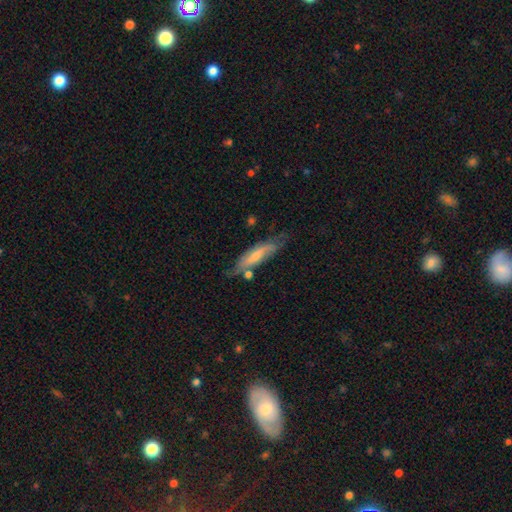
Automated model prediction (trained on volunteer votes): featured or disk 48%, smooth 46%, star or artifact 6%. Down the decision tree: merging — none (60%).